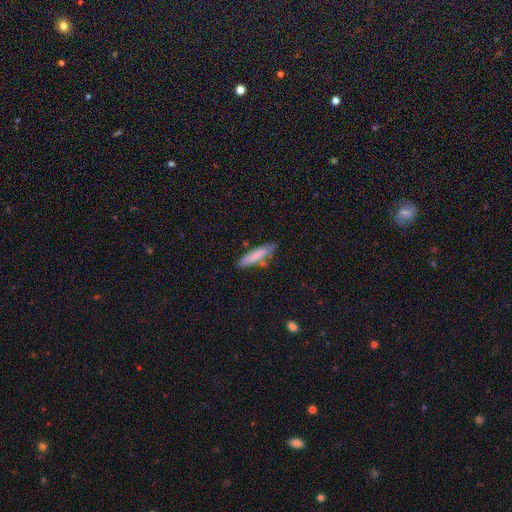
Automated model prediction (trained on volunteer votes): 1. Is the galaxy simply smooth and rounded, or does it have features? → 79% smooth, 15% featured or disk, 6% star or artifact.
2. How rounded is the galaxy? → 78% cigar-shaped, 20% in between, 1% round.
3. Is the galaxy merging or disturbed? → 76% none, 15% minor disturbance, 6% merger, 3% major disturbance.